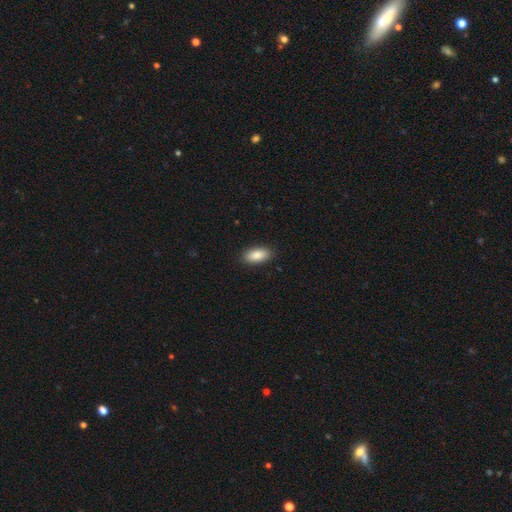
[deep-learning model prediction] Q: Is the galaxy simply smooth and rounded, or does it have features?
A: smooth — 88%.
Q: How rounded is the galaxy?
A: in between — 90%.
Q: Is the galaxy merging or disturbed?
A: none — 88%.